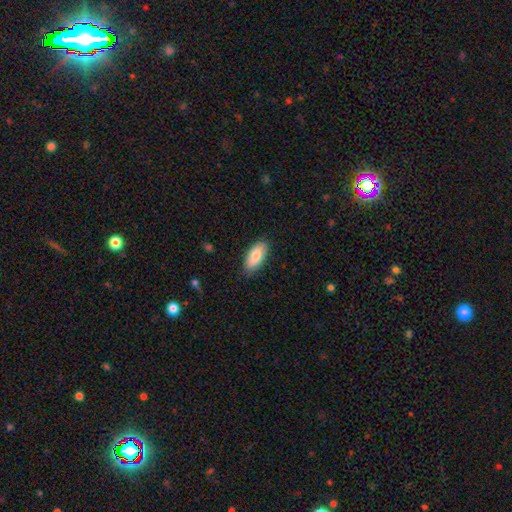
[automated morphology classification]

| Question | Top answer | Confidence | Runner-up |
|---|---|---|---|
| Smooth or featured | smooth | 82% | featured or disk (12%) |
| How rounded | in between | 88% | cigar-shaped (10%) |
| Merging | none | 85% | minor disturbance (12%) |